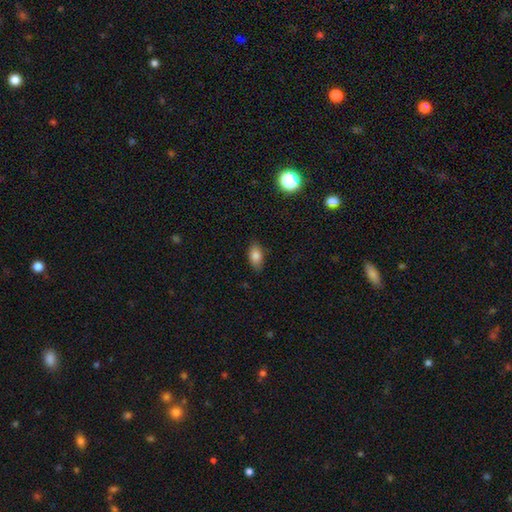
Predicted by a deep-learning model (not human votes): Morphology: type=smooth (81%); roundness=in between (89%); merging=none (82%).